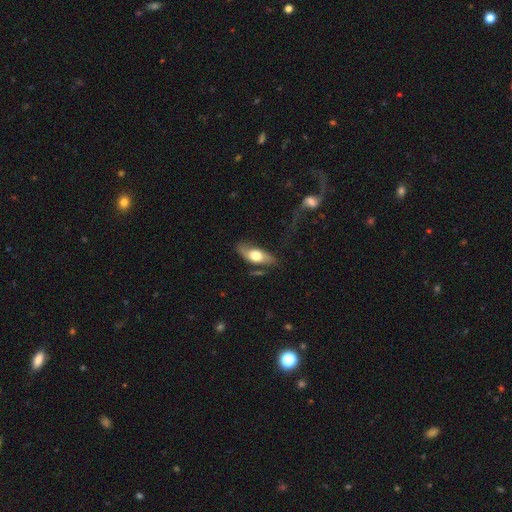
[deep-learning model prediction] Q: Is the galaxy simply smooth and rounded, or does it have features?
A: smooth — 52%.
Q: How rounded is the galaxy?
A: in between — 79%.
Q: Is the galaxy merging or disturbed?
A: none — 62%.